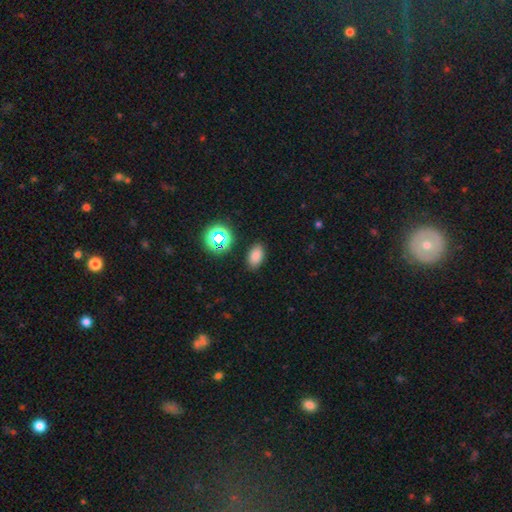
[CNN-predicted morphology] smooth_or_featured: smooth (p=0.77) [alt: star or artifact p=0.17]
how_rounded: in between (p=0.89) [alt: round p=0.09]
merging: none (p=0.86) [alt: minor disturbance p=0.09]